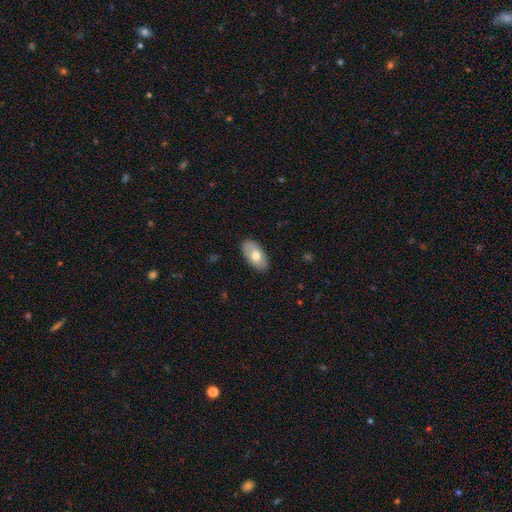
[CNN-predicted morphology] Overall: smooth (68%). How rounded: in between (94%). Merging: none (86%).